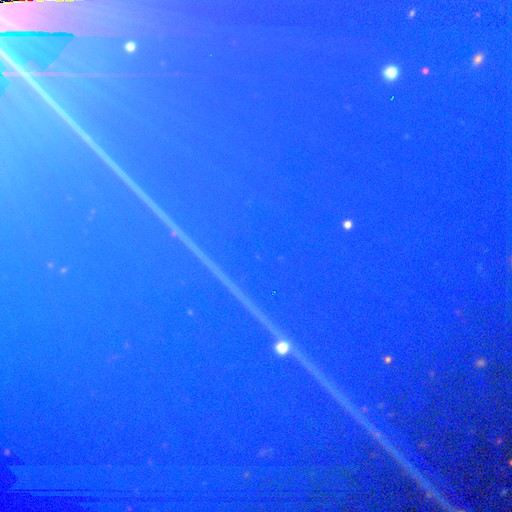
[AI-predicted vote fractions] Q: Smooth or featured?
A: star or artifact (84%); runner-up: featured or disk (9%)